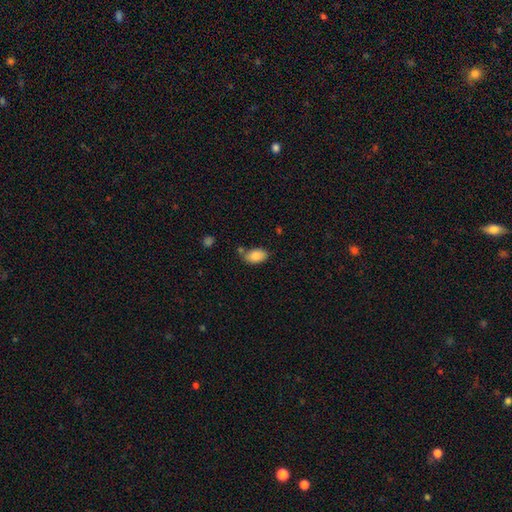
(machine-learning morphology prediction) A smooth galaxy with no disk features (85%) that is in between round and cigar-shaped (91%). Merging: none (65%).